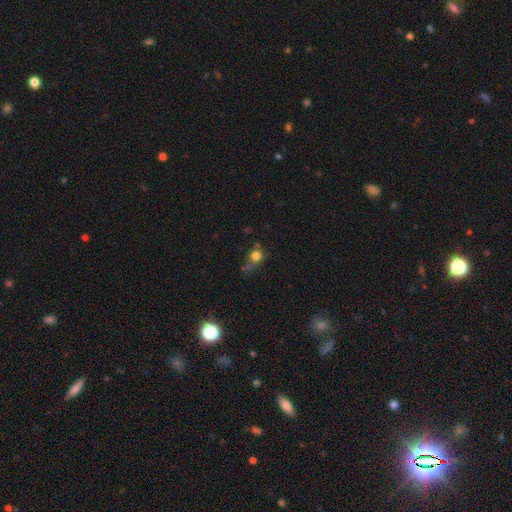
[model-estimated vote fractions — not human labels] Smooth or featured?
  - smooth: 70% *
  - star or artifact: 17%
  - featured or disk: 13%
How rounded?
  - round: 76% *
  - in between: 20%
  - cigar-shaped: 3%
Merging?
  - none: 44% *
  - minor disturbance: 25%
  - major disturbance: 21%
  - merger: 11%